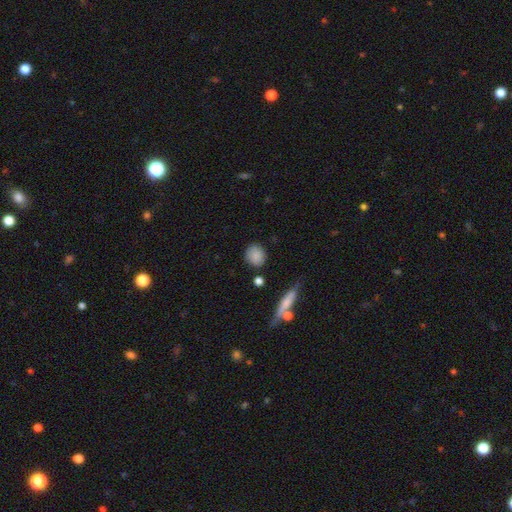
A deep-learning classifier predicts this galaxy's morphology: Smooth or featured: smooth — 85% (star or artifact — 8%)
How rounded: round — 68% (in between — 29%)
Merging: none — 79% (minor disturbance — 14%)